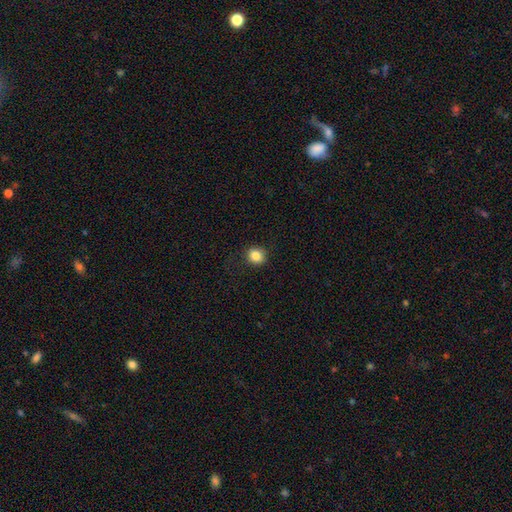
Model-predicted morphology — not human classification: The model was most divided on "how rounded": round: 83%, in between: 16%, cigar-shaped: 1%. More confident: merging — none (89%); smooth or featured — smooth (85%).